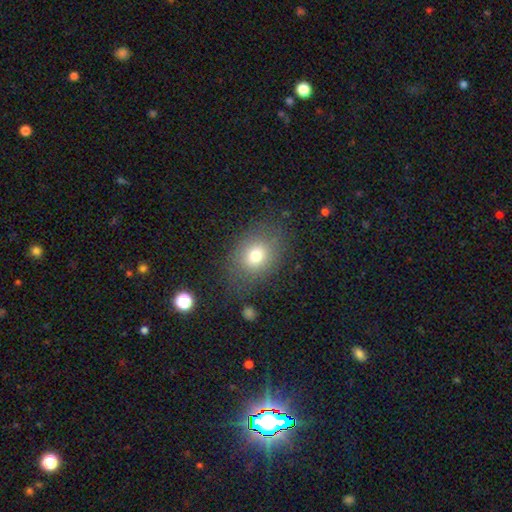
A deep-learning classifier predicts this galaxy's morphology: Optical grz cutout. It shows a smooth galaxy with no disk features (72%) that is in between round and cigar-shaped (57%). Merging: none (71%).